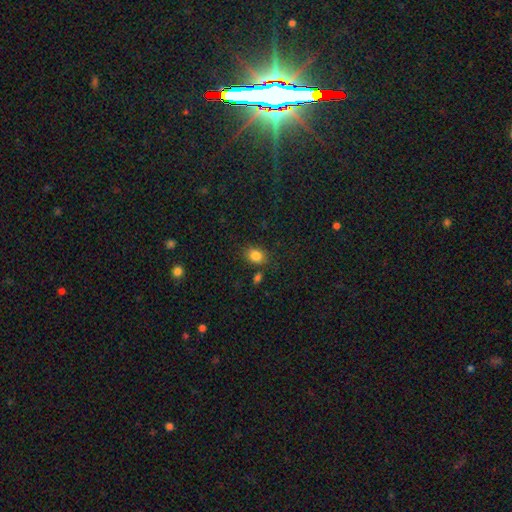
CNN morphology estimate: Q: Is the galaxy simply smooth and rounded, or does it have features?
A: smooth — 84%.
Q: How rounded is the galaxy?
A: in between — 62%.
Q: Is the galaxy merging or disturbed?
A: none — 78%.